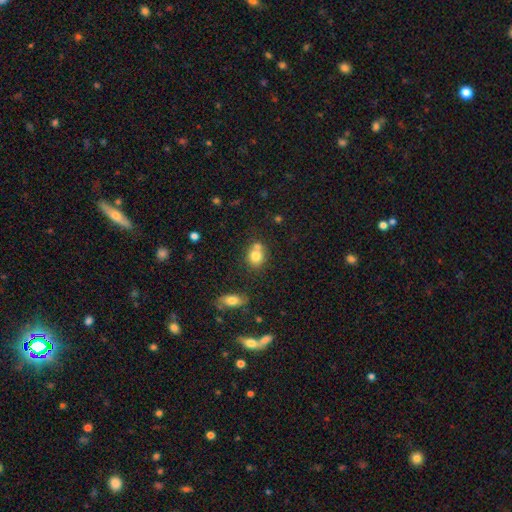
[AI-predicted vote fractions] Smooth or featured?
  - smooth: 78% *
  - featured or disk: 12%
  - star or artifact: 10%
How rounded?
  - round: 64% *
  - in between: 35%
  - cigar-shaped: 1%
Merging?
  - none: 48% *
  - merger: 37%
  - minor disturbance: 12%
  - major disturbance: 4%